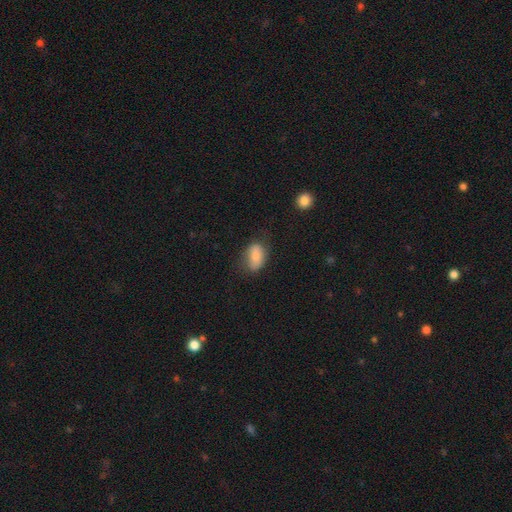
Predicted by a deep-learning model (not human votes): Overall: smooth (81%). How rounded: in between (89%). Merging: none (61%; minor disturbance 28%).